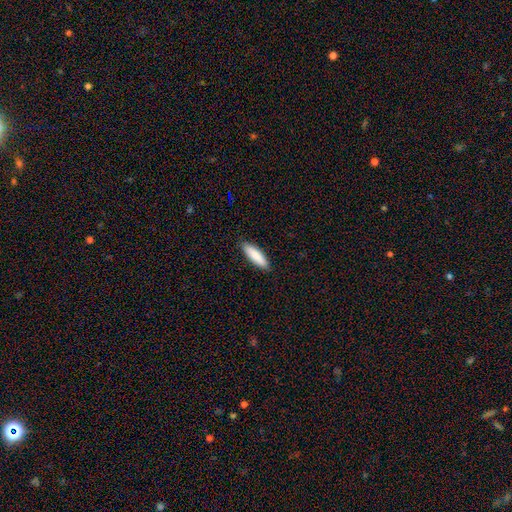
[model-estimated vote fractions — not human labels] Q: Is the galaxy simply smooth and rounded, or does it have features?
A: smooth — 87%.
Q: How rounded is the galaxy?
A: cigar-shaped — 63%.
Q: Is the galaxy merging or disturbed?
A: none — 89%.